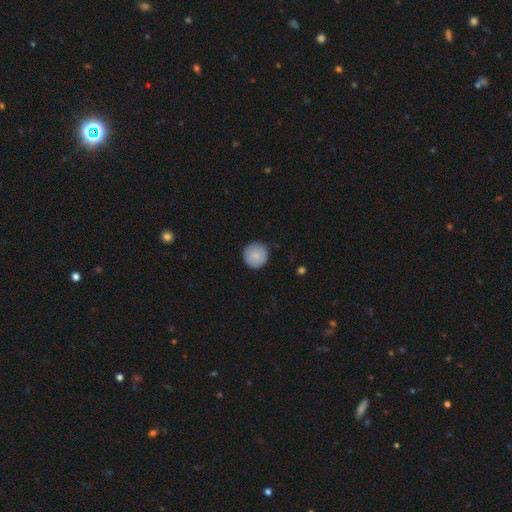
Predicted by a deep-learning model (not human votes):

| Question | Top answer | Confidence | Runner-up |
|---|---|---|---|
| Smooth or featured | smooth | 86% | featured or disk (8%) |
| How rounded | round | 95% | in between (4%) |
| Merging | none | 88% | minor disturbance (9%) |